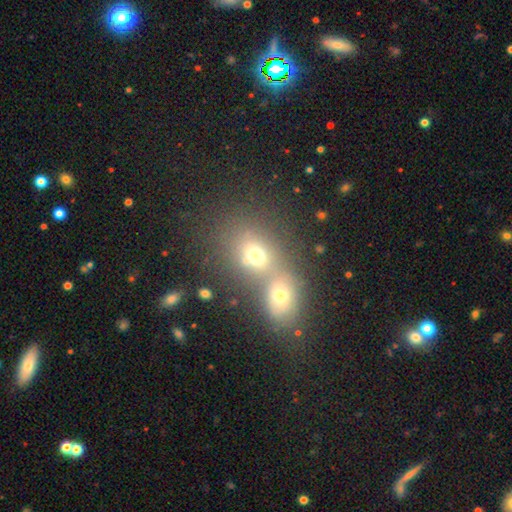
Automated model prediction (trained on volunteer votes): smooth 67%, featured or disk 17%, star or artifact 16%. Down the decision tree: how rounded — in between (52%); merging — merger (59%).